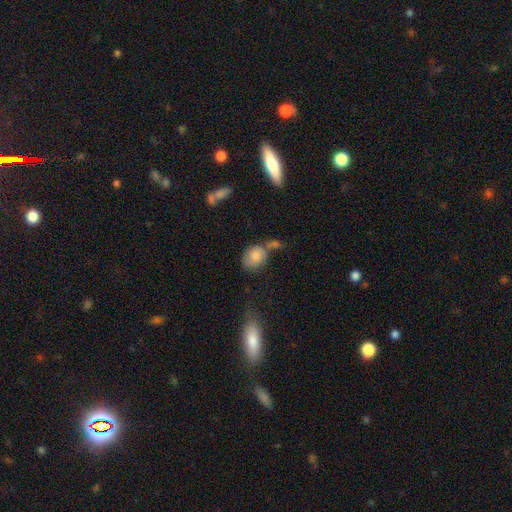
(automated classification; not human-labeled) A smooth galaxy with no disk features (80%) that is in between round and cigar-shaped (57%). Merging: none (39%).